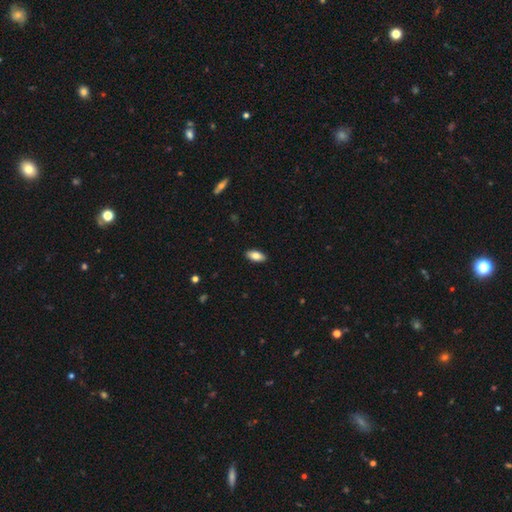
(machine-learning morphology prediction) Overall: smooth (82%). How rounded: in between (90%). Merging: none (90%).